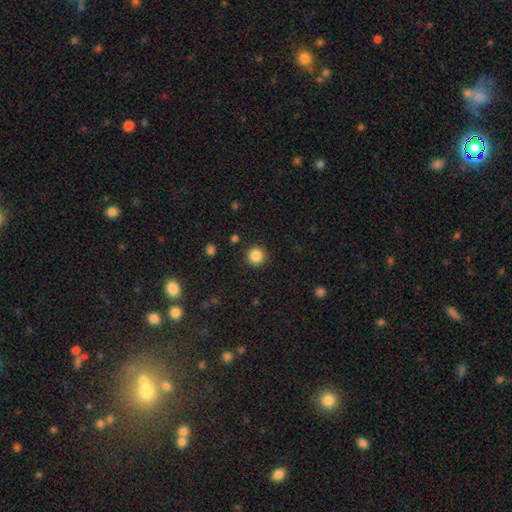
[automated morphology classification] smooth-or-featured: smooth: 85% | star or artifact: 11% | featured or disk: 4%
  how-rounded: round: 95% | in between: 4% | cigar-shaped: 1%
  merging: none: 91% | minor disturbance: 5% | major disturbance: 2% | merger: 1%